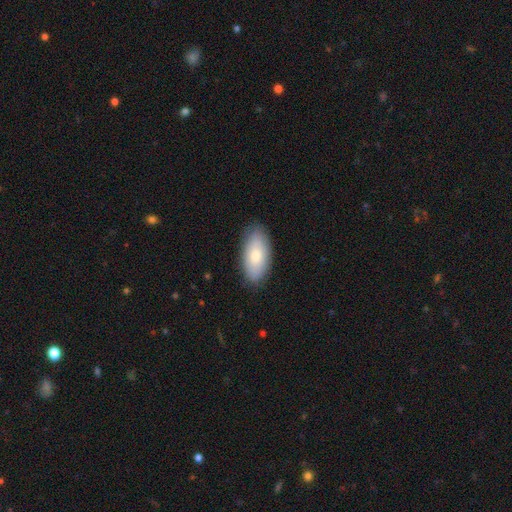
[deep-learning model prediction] The model was most divided on "smooth or featured": smooth: 72%, featured or disk: 22%, star or artifact: 6%. More confident: how rounded — in between (93%); merging — none (84%).